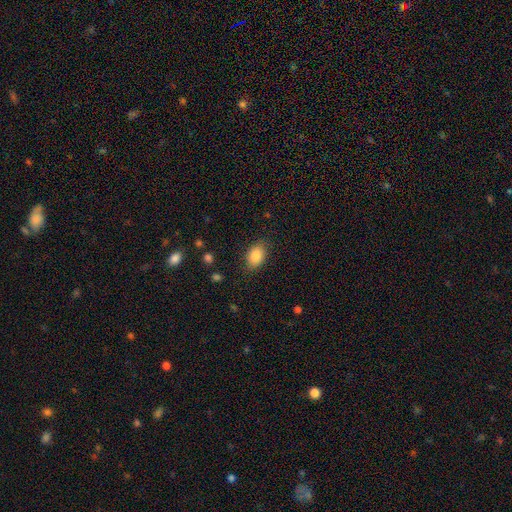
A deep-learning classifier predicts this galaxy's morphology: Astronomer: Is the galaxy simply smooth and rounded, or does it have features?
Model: smooth — 85%.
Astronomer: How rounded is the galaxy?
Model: in between — 85%.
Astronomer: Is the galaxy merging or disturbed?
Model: none — 82%.